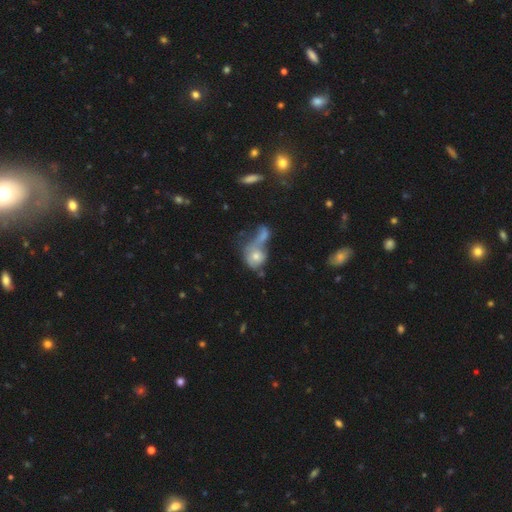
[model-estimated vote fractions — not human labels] Overall: smooth (62%; featured or disk 28%). How rounded: round (62%; in between 36%). Merging: merger (58%).